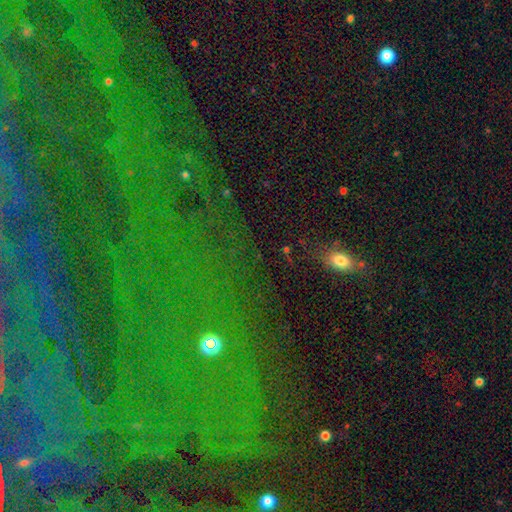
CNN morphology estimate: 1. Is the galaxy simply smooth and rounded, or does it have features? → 65% star or artifact, 18% smooth, 17% featured or disk.